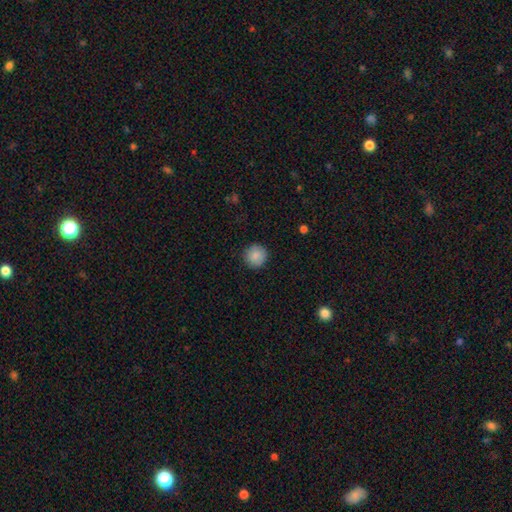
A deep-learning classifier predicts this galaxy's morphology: The model was most divided on "smooth or featured": smooth: 87%, star or artifact: 8%, featured or disk: 5%. More confident: how rounded — round (94%); merging — none (90%).